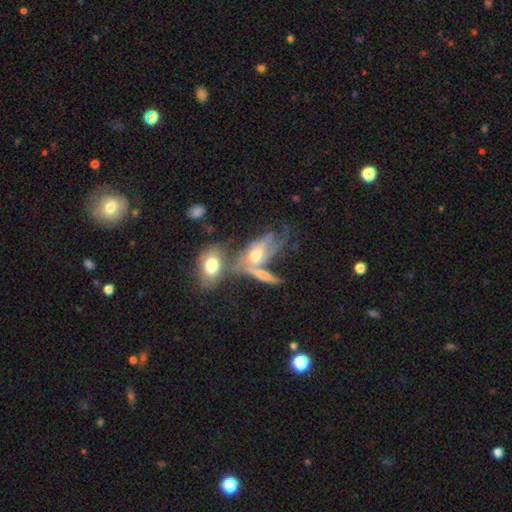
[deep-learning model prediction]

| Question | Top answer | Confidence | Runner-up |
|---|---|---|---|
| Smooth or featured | featured or disk | 63% | smooth (27%) |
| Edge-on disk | no | 84% | yes (16%) |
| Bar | no | 73% | weak (22%) |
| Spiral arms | yes | 70% | no (30%) |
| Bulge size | moderate | 58% | small (24%) |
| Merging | merger | 42% | none (23%) |